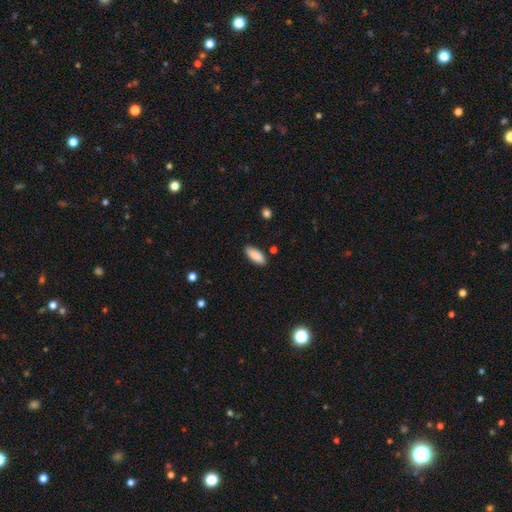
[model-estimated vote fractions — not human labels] A smooth galaxy with no disk features (89%) that is in between round and cigar-shaped (81%). Merging: none (86%).